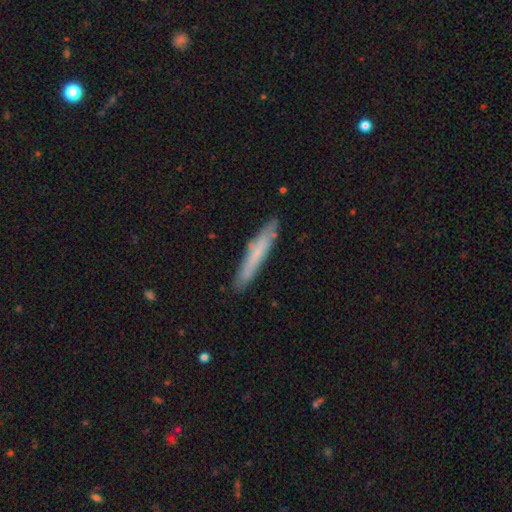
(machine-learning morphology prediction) Q: Smooth or featured?
A: smooth (62%); runner-up: featured or disk (31%)
Q: How rounded?
A: cigar-shaped (94%); runner-up: in between (5%)
Q: Merging?
A: none (87%); runner-up: minor disturbance (10%)